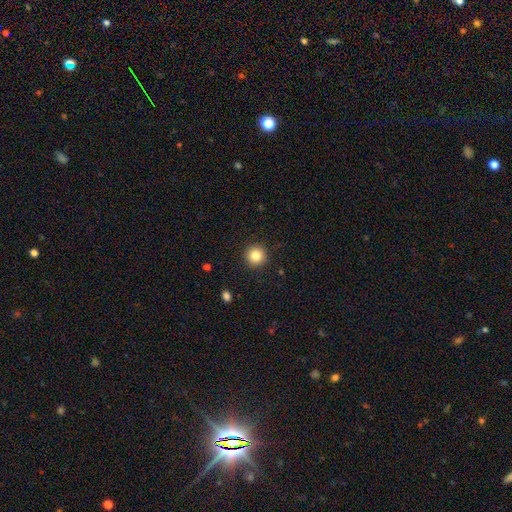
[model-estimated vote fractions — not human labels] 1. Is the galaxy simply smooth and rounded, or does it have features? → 84% smooth, 10% star or artifact, 6% featured or disk.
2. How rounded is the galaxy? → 96% round, 3% in between, 1% cigar-shaped.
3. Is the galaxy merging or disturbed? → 92% none, 5% minor disturbance, 2% major disturbance, 1% merger.